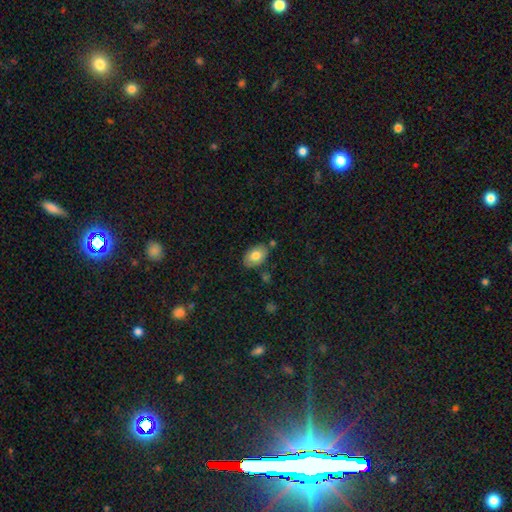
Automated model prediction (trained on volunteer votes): A smooth galaxy with no disk features (74%) that is in between round and cigar-shaped (88%). Merging: none (76%).